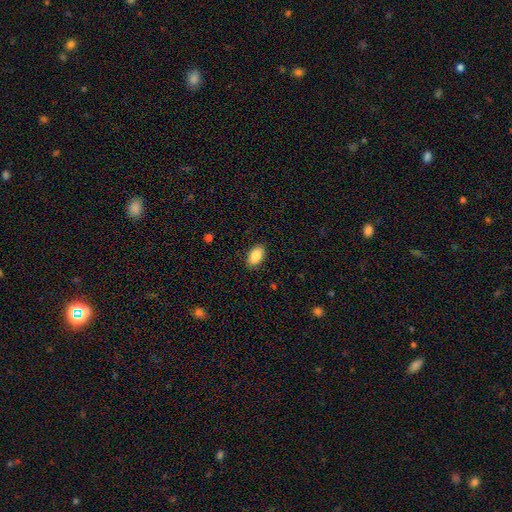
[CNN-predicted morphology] smooth-or-featured: smooth: 89% | star or artifact: 7% | featured or disk: 5%
  how-rounded: in between: 94% | round: 5% | cigar-shaped: 2%
  merging: none: 89% | minor disturbance: 8% | major disturbance: 2% | merger: 1%